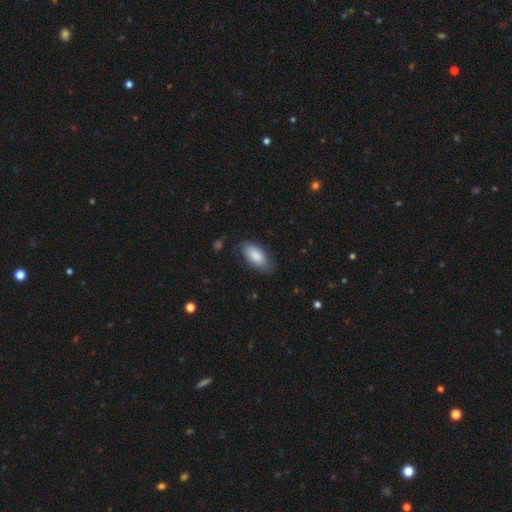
A smooth galaxy with no disk features (85%) that is in between round and cigar-shaped (97%). Merging: none (78%).